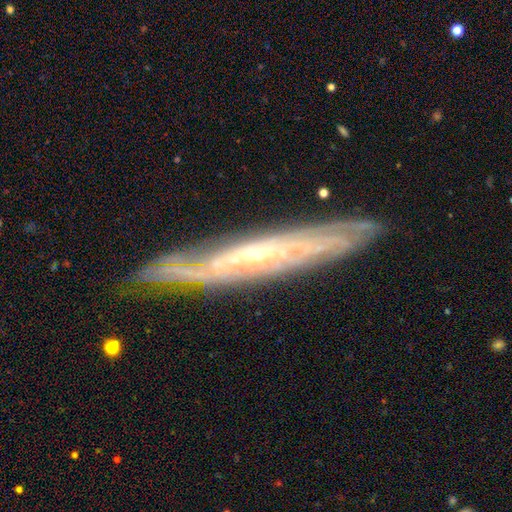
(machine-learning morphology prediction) The model was most divided on "edge-on disk": yes: 58%, no: 42%. More confident: smooth or featured — featured or disk (82%); merging — none (80%).